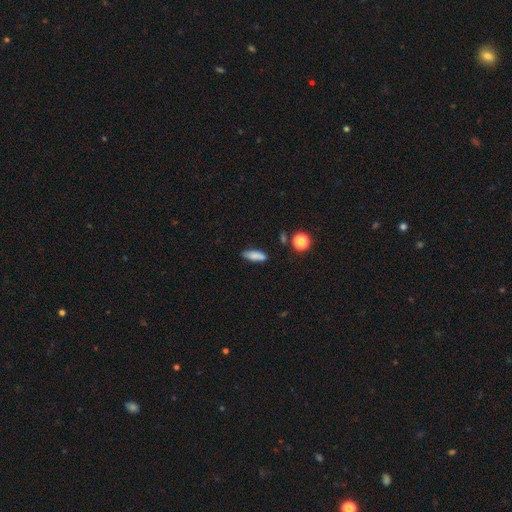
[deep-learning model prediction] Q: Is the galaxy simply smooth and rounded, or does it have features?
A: smooth — 80%.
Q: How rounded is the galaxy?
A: in between — 56%.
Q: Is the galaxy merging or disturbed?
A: none — 76%.